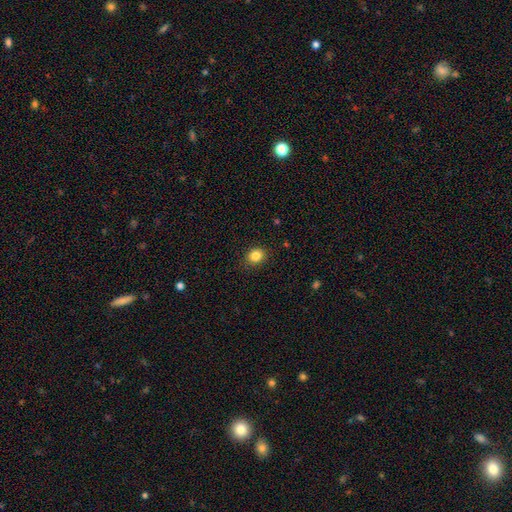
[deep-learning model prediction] This appears to be a smooth galaxy with no disk features (84%) that is round (64%). Merging: none (87%).